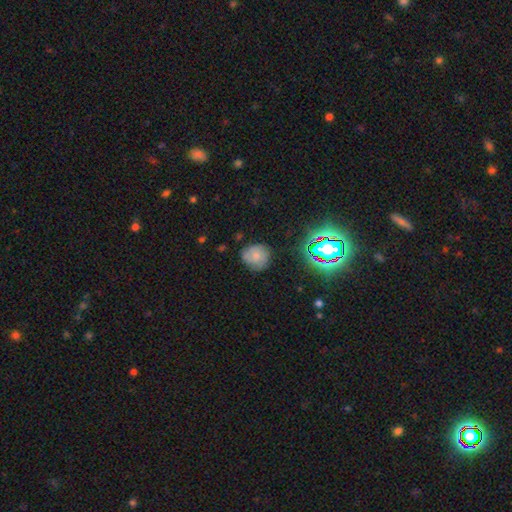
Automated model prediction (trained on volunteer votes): Smooth or featured?
  - smooth: 60% *
  - featured or disk: 25%
  - star or artifact: 15%
How rounded?
  - round: 82% *
  - in between: 17%
  - cigar-shaped: 1%
Merging?
  - none: 69% *
  - minor disturbance: 23%
  - major disturbance: 5%
  - merger: 2%